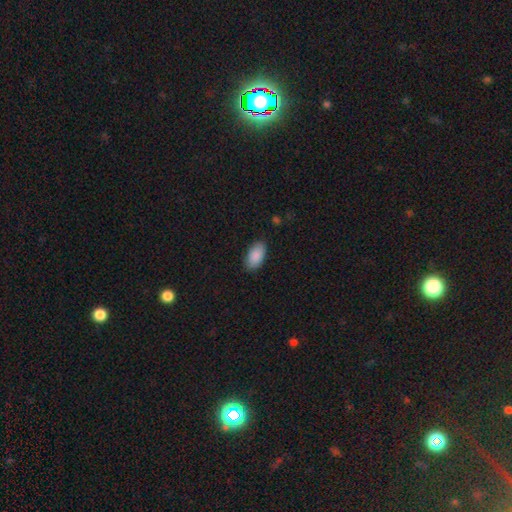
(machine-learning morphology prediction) Overall: smooth (90%). How rounded: in between (95%). Merging: none (85%).